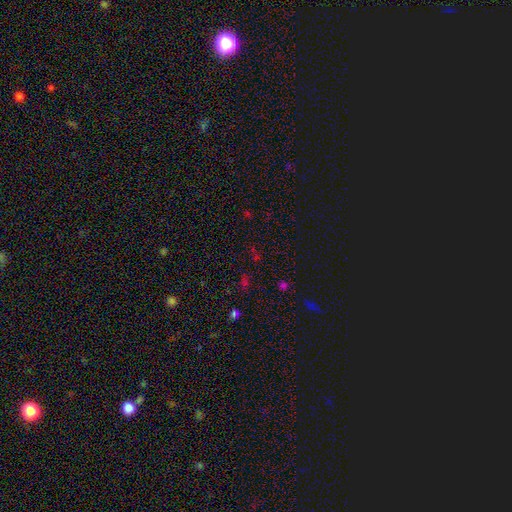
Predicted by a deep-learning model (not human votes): Smooth or featured?
  - star or artifact: 62% *
  - smooth: 30%
  - featured or disk: 8%